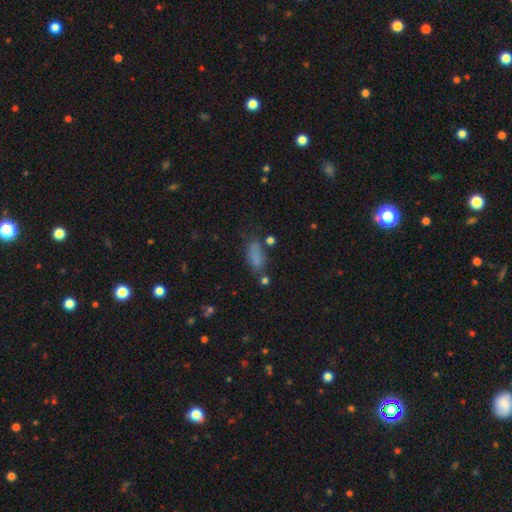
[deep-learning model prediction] Smooth or featured: smooth — 78% (star or artifact — 13%)
How rounded: in between — 79% (cigar-shaped — 17%)
Merging: none — 57% (minor disturbance — 24%)